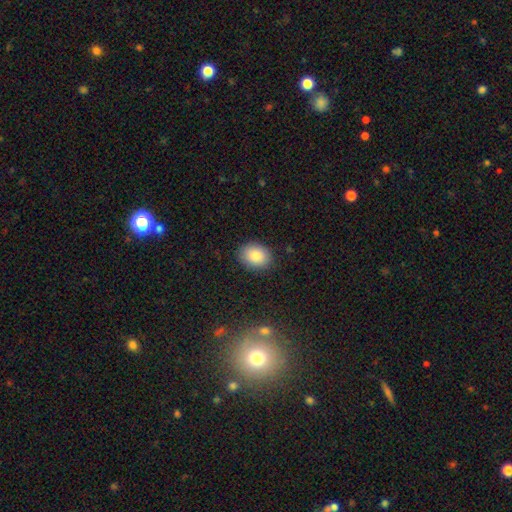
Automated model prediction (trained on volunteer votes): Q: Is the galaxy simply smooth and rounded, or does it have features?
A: smooth — 87%.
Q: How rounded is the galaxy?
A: in between — 65%.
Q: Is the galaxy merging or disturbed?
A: none — 88%.